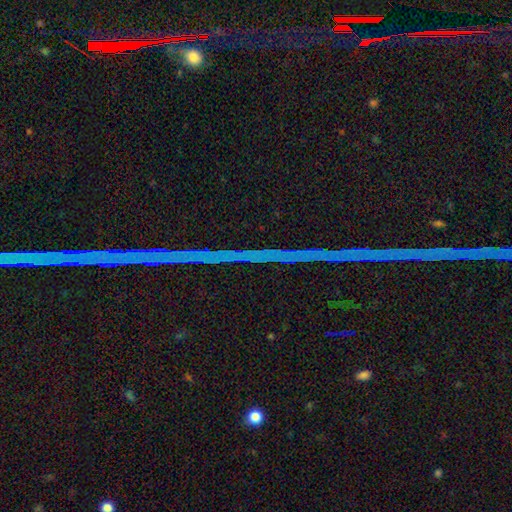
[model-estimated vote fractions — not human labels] Overall: star or artifact (78%).